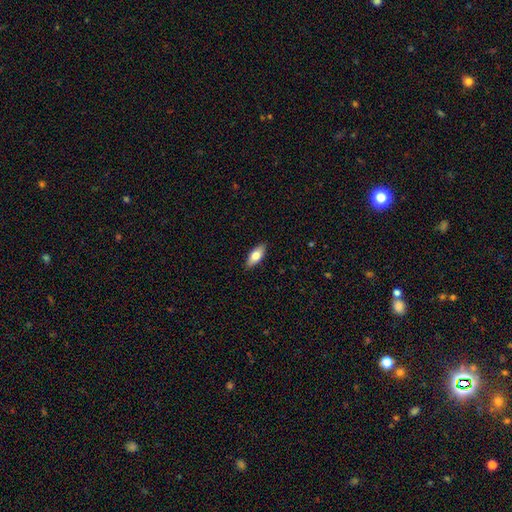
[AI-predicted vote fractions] Overall: smooth (72%). How rounded: in between (79%). Merging: none (89%).